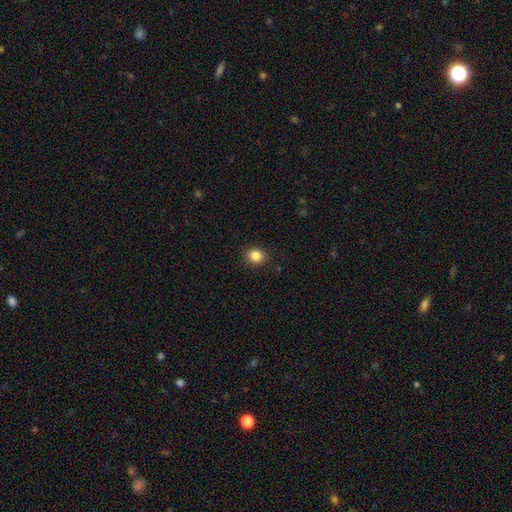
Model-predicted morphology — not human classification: A smooth galaxy with no disk features (84%) that is round (70%).

Vote fractions:
- Smooth or featured? smooth: 84% / star or artifact: 11% / featured or disk: 5%
- How rounded? round: 70% / in between: 29% / cigar-shaped: 1%
- Merging? none: 89% / minor disturbance: 8% / major disturbance: 2% / merger: 1%